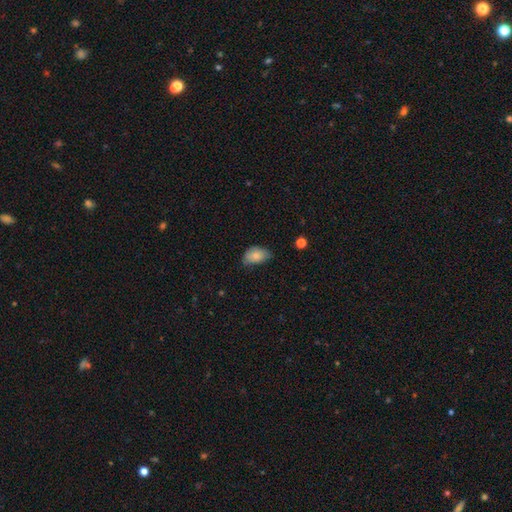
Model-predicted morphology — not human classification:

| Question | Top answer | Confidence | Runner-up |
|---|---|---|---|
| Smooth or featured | smooth | 78% | featured or disk (13%) |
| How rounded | in between | 88% | round (11%) |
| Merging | none | 49% | minor disturbance (41%) |